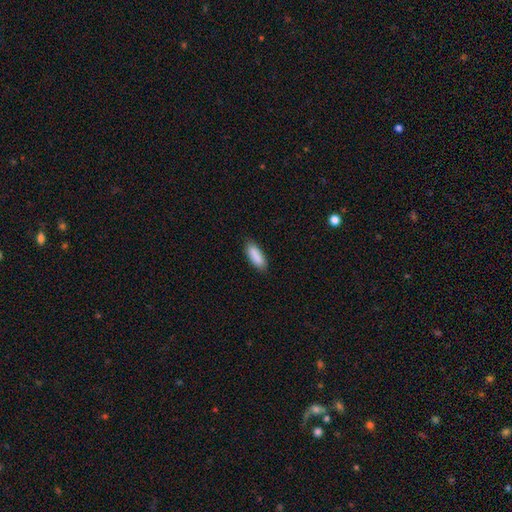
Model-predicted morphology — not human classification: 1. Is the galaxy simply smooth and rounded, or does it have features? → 89% smooth, 6% star or artifact, 5% featured or disk.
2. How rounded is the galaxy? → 67% in between, 31% cigar-shaped, 2% round.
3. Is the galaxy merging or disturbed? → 85% none, 12% minor disturbance, 2% major disturbance, 1% merger.